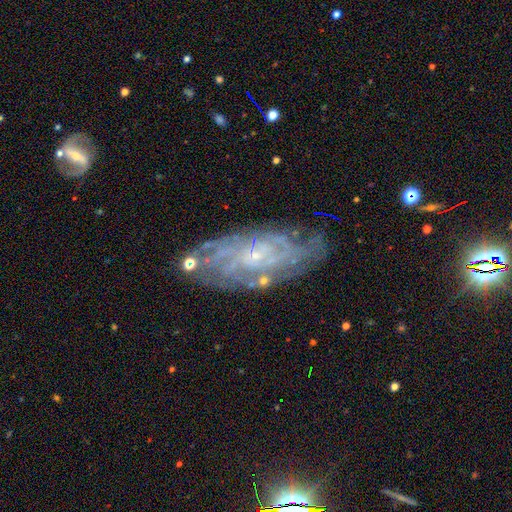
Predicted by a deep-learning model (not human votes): This is clearly a featured or disk galaxy (82%). It is clearly not viewed edge-on (92%). Bar: likely no (71%). Spiral arm pattern: clearly yes (93%). Spiral arm count: possibly can't tell (45%). Spiral winding: likely tight (75%). Central bulge: clearly small (84%). Merging: likely none (75%).